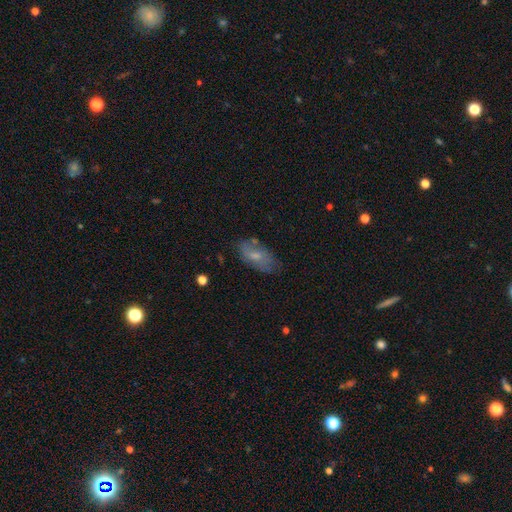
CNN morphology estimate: Smooth or featured?
  - smooth: 58% *
  - featured or disk: 34%
  - star or artifact: 8%
How rounded?
  - in between: 90% *
  - cigar-shaped: 6%
  - round: 4%
Merging?
  - none: 64% *
  - minor disturbance: 25%
  - major disturbance: 8%
  - merger: 3%